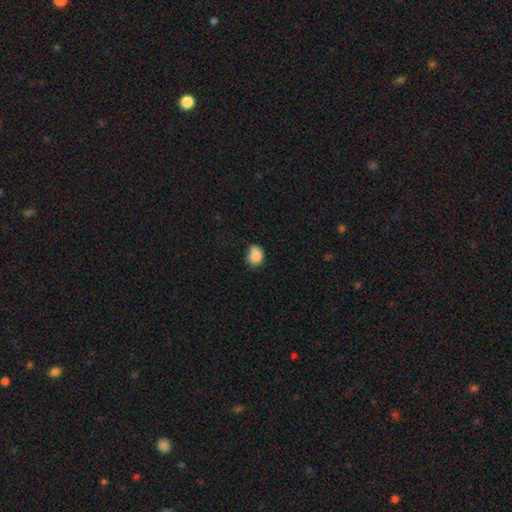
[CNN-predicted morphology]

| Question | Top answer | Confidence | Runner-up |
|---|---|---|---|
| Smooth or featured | smooth | 83% | star or artifact (9%) |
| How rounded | round | 57% | in between (42%) |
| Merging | none | 46% | minor disturbance (36%) |